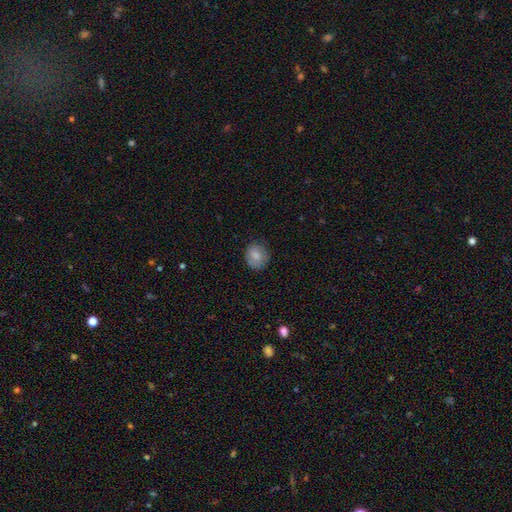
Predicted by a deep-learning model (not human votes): Q: Smooth or featured?
A: smooth (83%); runner-up: featured or disk (10%)
Q: How rounded?
A: round (67%); runner-up: in between (32%)
Q: Merging?
A: none (79%); runner-up: minor disturbance (16%)